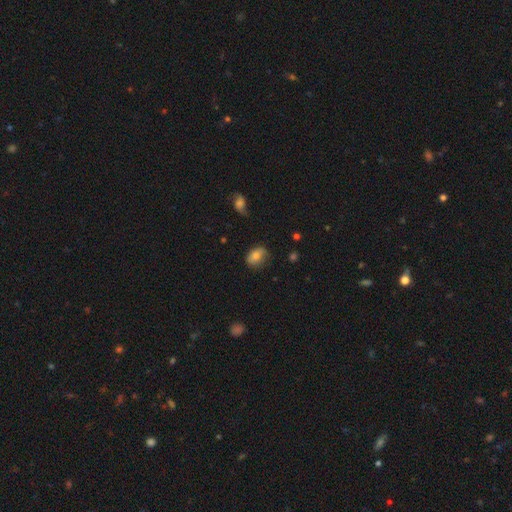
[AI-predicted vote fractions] This appears to be a smooth galaxy with no disk features (75%) that is in between round and cigar-shaped (77%). Merging: none (67%).